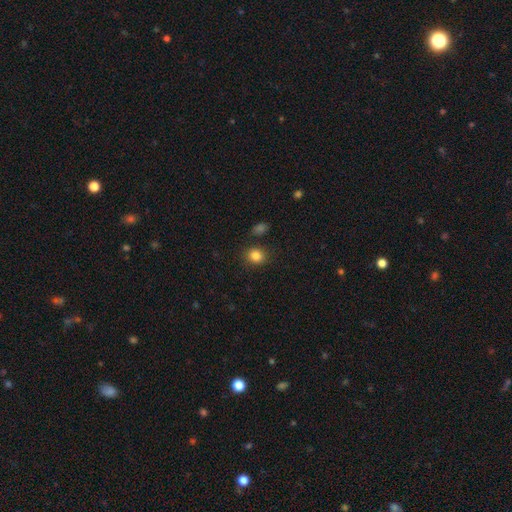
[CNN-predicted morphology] A smooth galaxy with no disk features (84%) that is round (66%). Merging: none (83%).